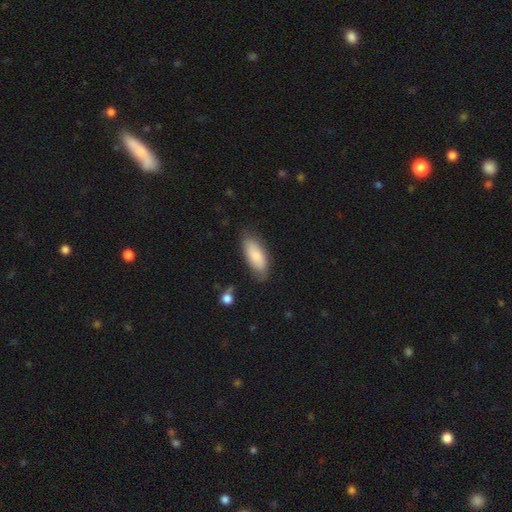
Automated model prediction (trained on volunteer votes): Q: Smooth or featured?
A: smooth (81%); runner-up: featured or disk (14%)
Q: How rounded?
A: in between (81%); runner-up: cigar-shaped (18%)
Q: Merging?
A: none (76%); runner-up: minor disturbance (19%)